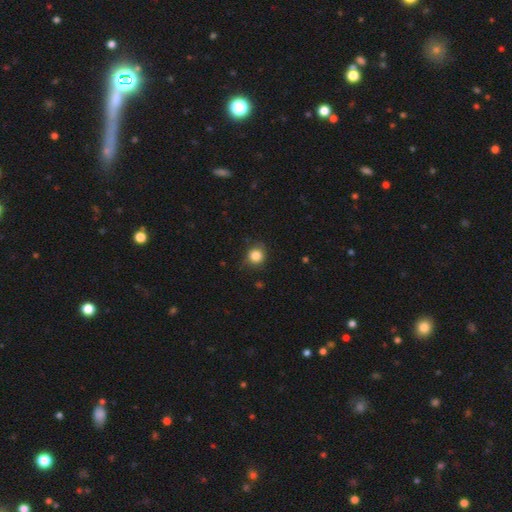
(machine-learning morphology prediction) Overall: smooth (85%). How rounded: round (89%). Merging: none (81%).